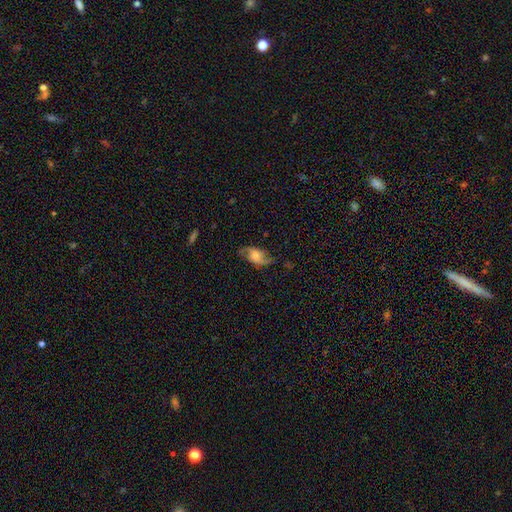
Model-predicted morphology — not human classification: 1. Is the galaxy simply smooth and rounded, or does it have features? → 74% featured or disk, 19% smooth, 7% star or artifact.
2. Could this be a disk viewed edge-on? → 94% no, 6% yes.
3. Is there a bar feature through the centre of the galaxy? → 66% no, 28% weak, 6% strong.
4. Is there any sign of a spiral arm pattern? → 93% yes, 7% no.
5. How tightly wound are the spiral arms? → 63% loose, 29% medium, 9% tight.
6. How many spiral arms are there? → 91% 2, 3% can't tell, 2% 1, 1% 3, 1% 4, 1% more than 4.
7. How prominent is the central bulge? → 50% moderate, 33% small, 9% large, 5% none, 2% dominant.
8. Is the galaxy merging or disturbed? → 74% none, 17% minor disturbance, 7% major disturbance, 1% merger.